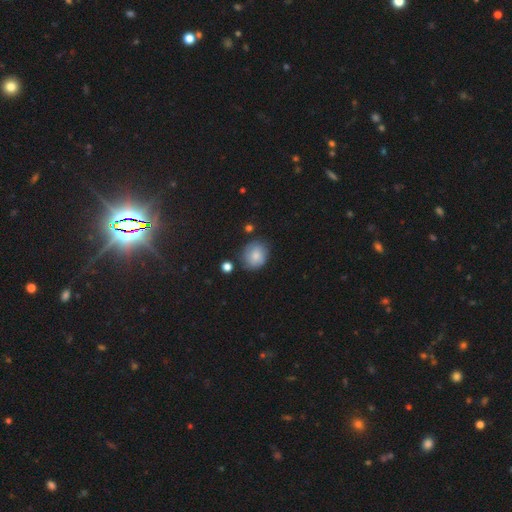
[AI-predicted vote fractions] Overall: smooth (72%). How rounded: round (77%). Merging: none (71%).